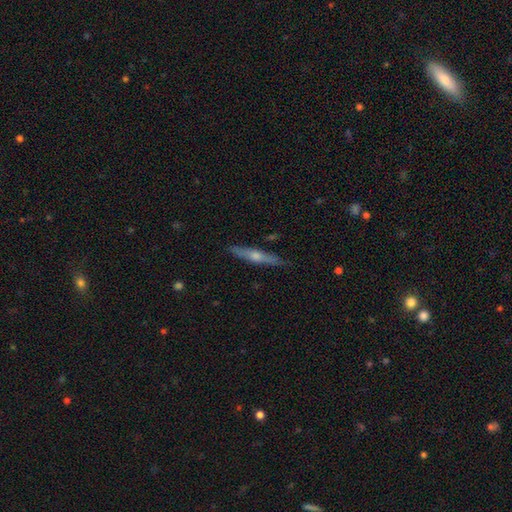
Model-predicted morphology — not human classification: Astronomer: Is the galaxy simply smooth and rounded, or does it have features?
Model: featured or disk — 64%.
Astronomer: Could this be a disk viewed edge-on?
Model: yes — 95%.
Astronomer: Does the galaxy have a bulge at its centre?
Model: rounded — 84%.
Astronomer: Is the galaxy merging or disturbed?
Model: none — 88%.